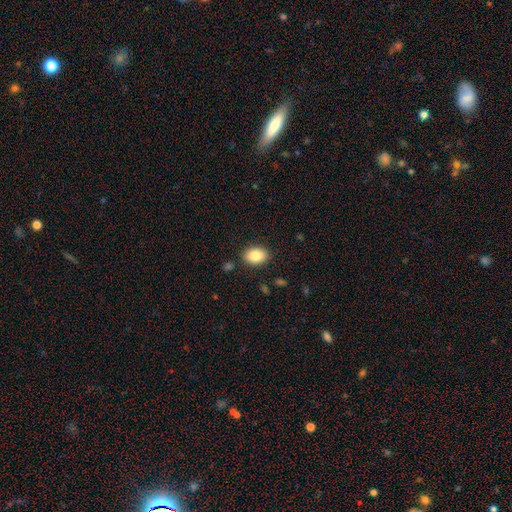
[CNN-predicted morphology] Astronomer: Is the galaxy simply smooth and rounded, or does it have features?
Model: smooth — 84%.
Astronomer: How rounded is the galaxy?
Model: in between — 79%.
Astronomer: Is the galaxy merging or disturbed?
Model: none — 87%.